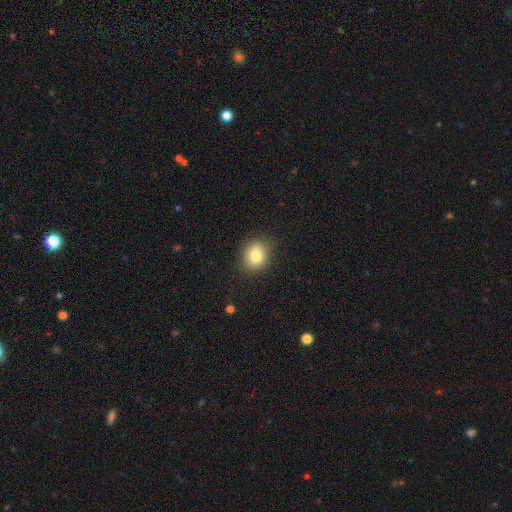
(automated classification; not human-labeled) smooth_or_featured: smooth (p=0.80) [alt: featured or disk p=0.10]
how_rounded: round (p=0.59) [alt: in between p=0.40]
merging: none (p=0.83) [alt: minor disturbance p=0.13]